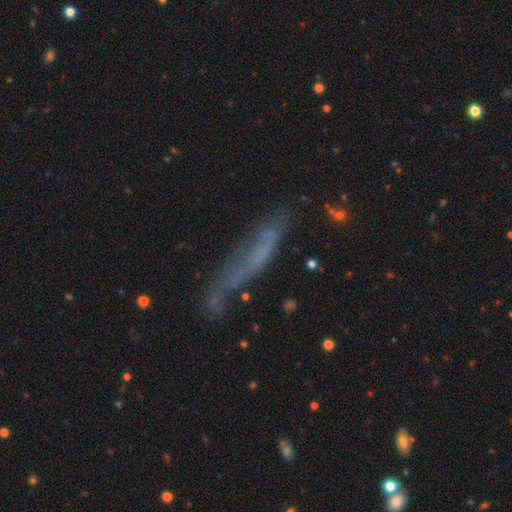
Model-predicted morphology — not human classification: featured or disk 48%, smooth 36%, star or artifact 16%. Down the decision tree: merging — none (52%).